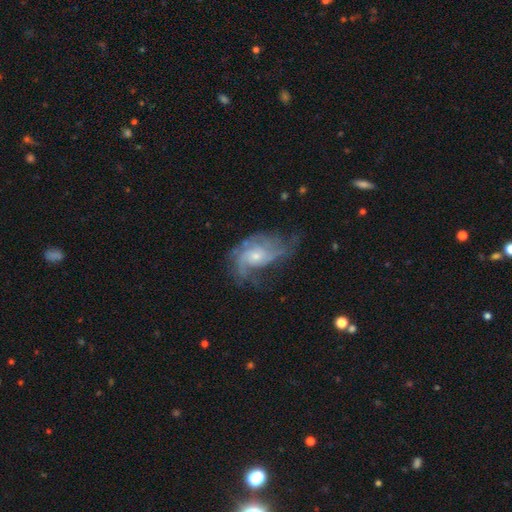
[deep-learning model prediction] Smooth or featured? Predicted: featured or disk (p=0.81). Edge-on disk? Predicted: no (p=0.97). Bar? Predicted: no (p=0.70). Spiral arms? Predicted: yes (p=0.92). Spiral winding? Predicted: medium (p=0.44). Spiral arm count? Predicted: 2 (p=0.31). Bulge size? Predicted: small (p=0.59). Merging? Predicted: none (p=0.48).